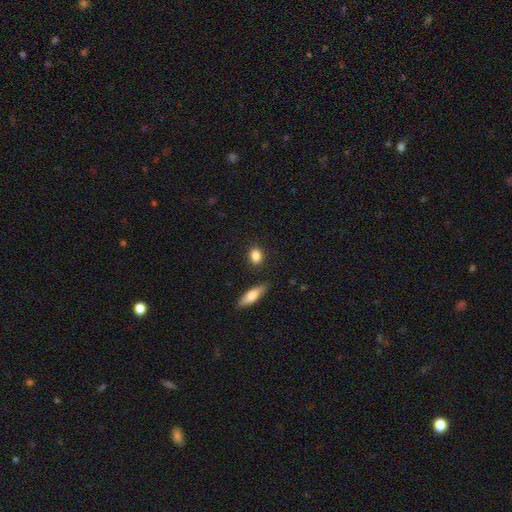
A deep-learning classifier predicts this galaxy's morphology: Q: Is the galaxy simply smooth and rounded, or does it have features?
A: smooth — 86%.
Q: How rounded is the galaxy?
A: in between — 66%.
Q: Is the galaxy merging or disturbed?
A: none — 84%.